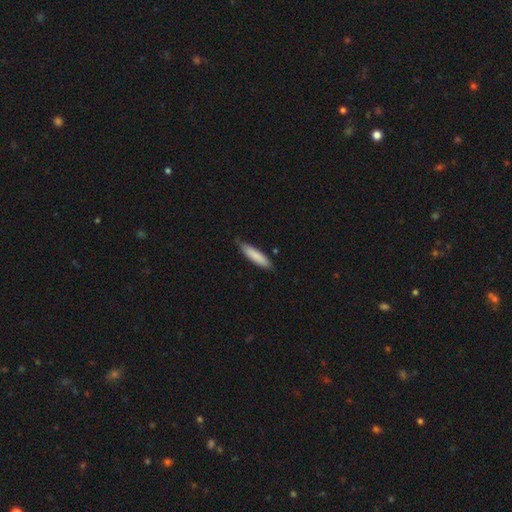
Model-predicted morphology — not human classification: This appears to be a smooth galaxy with no disk features (83%) that is cigar-shaped (77%). Merging: none (78%).